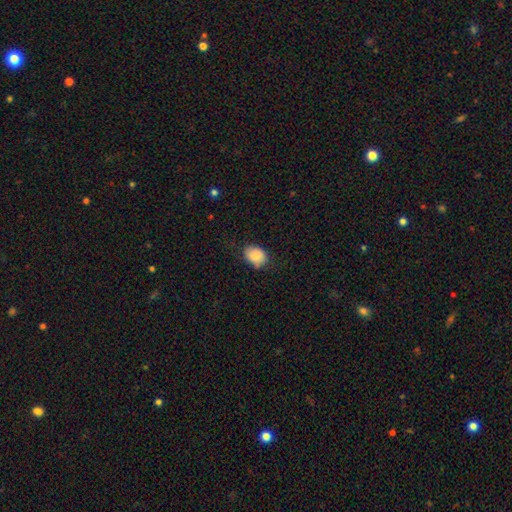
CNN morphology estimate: This is clearly a smooth galaxy (87%). How rounded: likely in between (71%). Merging: likely none (70%).